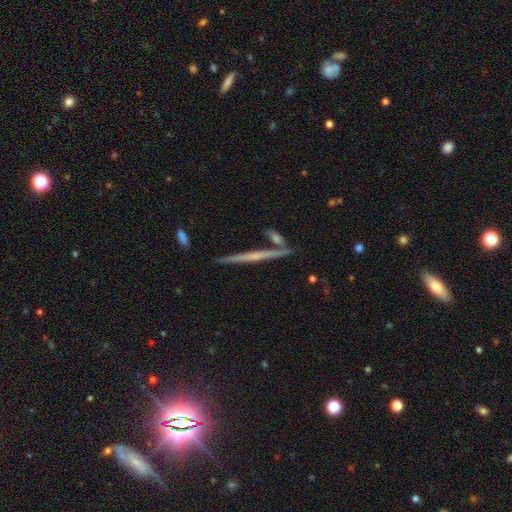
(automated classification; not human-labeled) A featured or disk galaxy (66%) viewed edge-on (97%) with no central bulge (63%). Merging: none (84%).